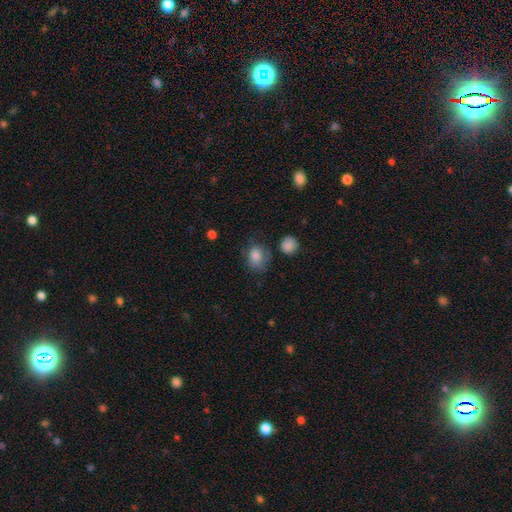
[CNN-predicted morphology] Smooth or featured? smooth (82%)
How rounded? round (50%)
Merging? none (59%)